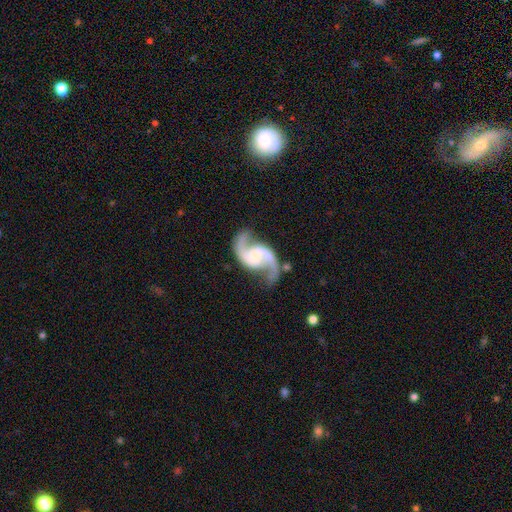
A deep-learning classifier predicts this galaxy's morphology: Smooth or featured? featured or disk (93%)
Edge-on disk? no (98%)
Bar? no (42%)
Spiral arms? yes (98%)
Spiral winding? loose (54%)
Spiral arm count? 2 (95%)
Bulge size? small (44%)
Merging? none (77%)